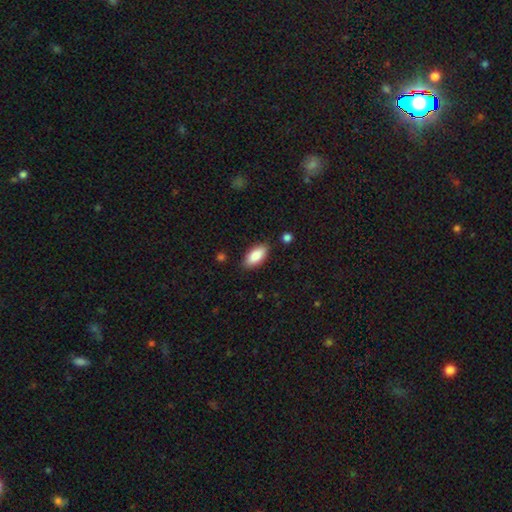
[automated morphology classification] smooth_or_featured: smooth (p=0.85) [alt: featured or disk p=0.09]
how_rounded: in between (p=0.89) [alt: cigar-shaped p=0.09]
merging: none (p=0.86) [alt: minor disturbance p=0.10]